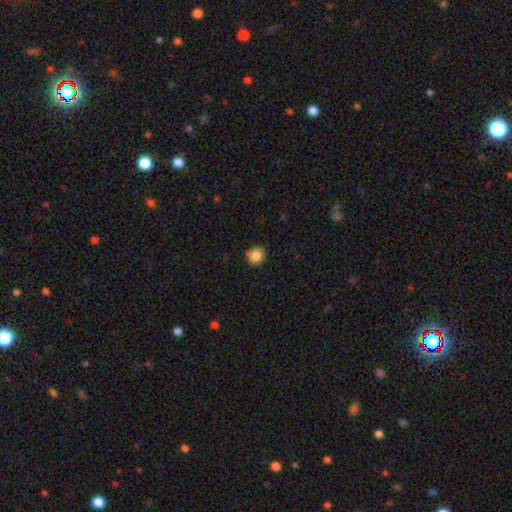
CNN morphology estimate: smooth-or-featured: smooth: 85% | star or artifact: 10% | featured or disk: 6%
  how-rounded: round: 82% | in between: 17% | cigar-shaped: 1%
  merging: none: 85% | minor disturbance: 12% | major disturbance: 2% | merger: 1%